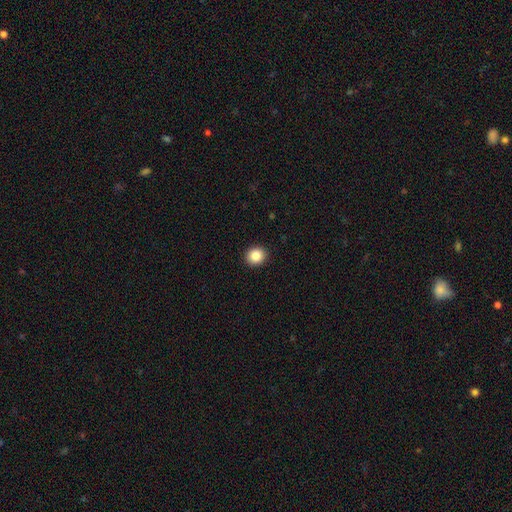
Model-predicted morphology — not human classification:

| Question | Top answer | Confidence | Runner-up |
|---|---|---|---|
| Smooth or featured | smooth | 86% | star or artifact (10%) |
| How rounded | round | 81% | in between (18%) |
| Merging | none | 93% | minor disturbance (5%) |